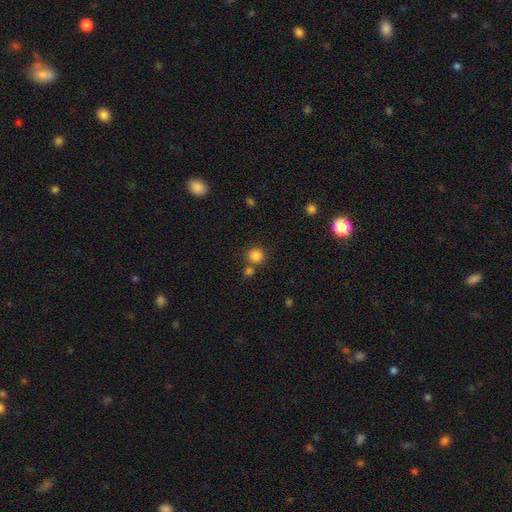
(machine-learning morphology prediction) This appears to be a smooth galaxy with no disk features (84%) that is round (89%). Merging: none (66%).